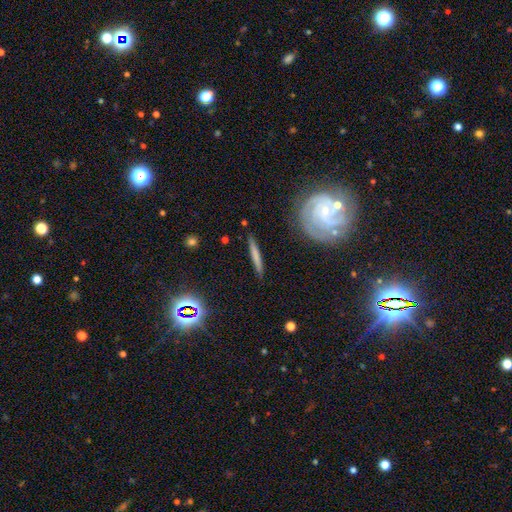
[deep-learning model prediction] A smooth galaxy with no disk features (62%) that is cigar-shaped (94%). Merging: none (88%).